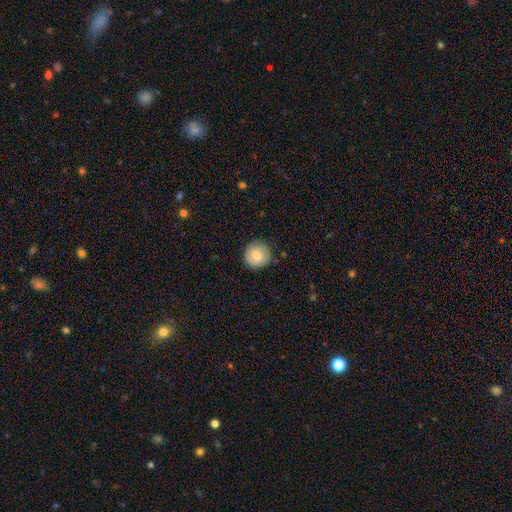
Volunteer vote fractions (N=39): Q: Smooth or featured?
A: smooth (64%); runner-up: featured or disk (31%)
Q: How rounded?
A: round (100%)
Q: Merging?
A: none (89%); runner-up: minor disturbance (5%)